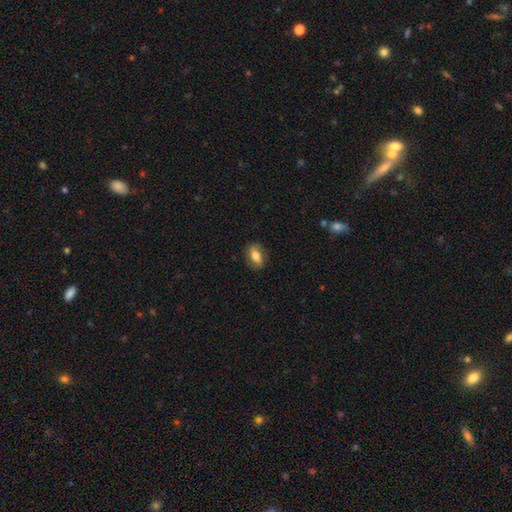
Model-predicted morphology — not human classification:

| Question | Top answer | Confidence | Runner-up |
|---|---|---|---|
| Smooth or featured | smooth | 62% | featured or disk (31%) |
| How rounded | in between | 82% | round (11%) |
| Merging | none | 81% | minor disturbance (14%) |